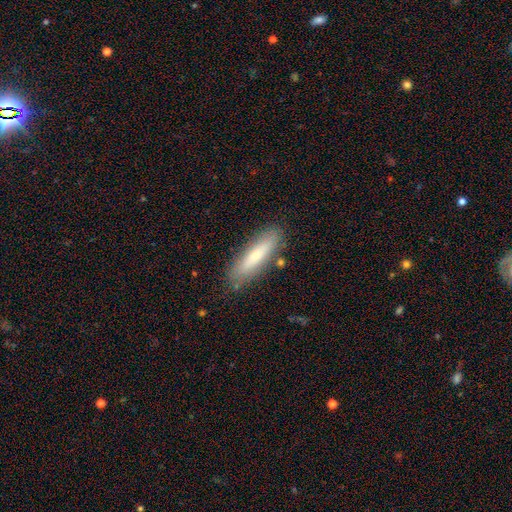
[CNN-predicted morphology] Overall: smooth (58%; featured or disk 35%). How rounded: cigar-shaped (67%; in between 31%). Merging: none (83%).